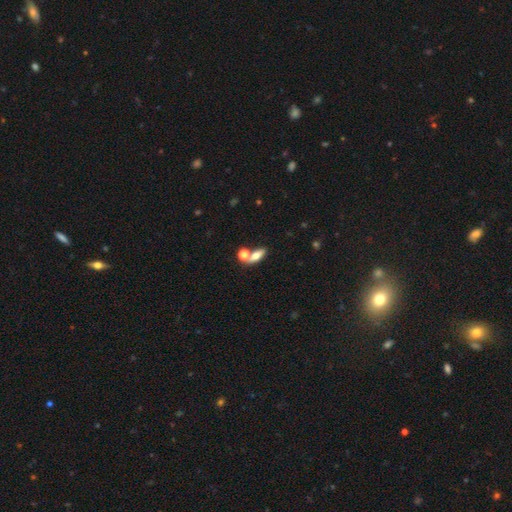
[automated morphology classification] Smooth or featured: smooth — 63% (featured or disk — 26%)
How rounded: in between — 60% (cigar-shaped — 27%)
Merging: none — 57% (merger — 29%)